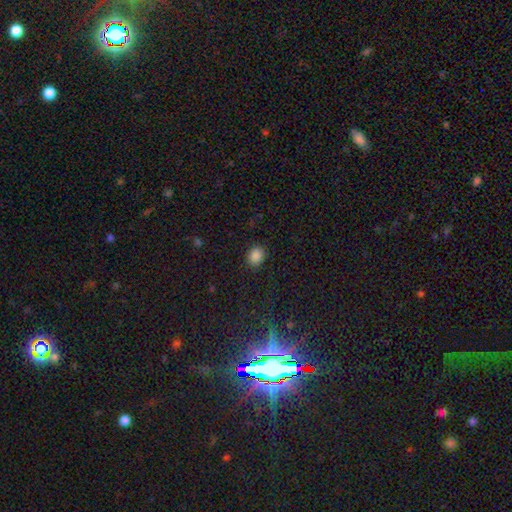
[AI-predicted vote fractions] Smooth or featured? smooth (86%)
How rounded? round (53%)
Merging? none (88%)